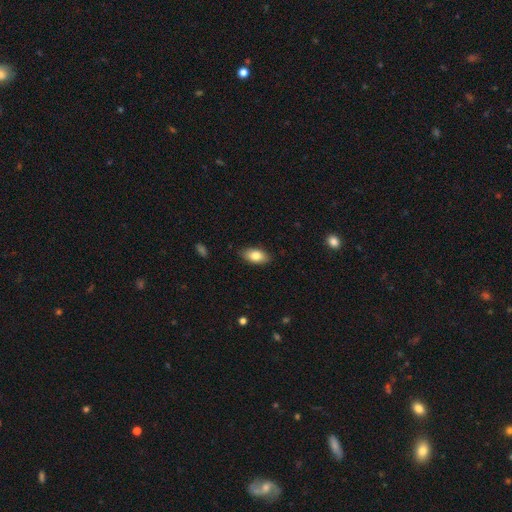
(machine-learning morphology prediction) smooth_or_featured: smooth (p=0.83) [alt: featured or disk p=0.10]
how_rounded: in between (p=0.92) [alt: round p=0.04]
merging: none (p=0.86) [alt: minor disturbance p=0.11]